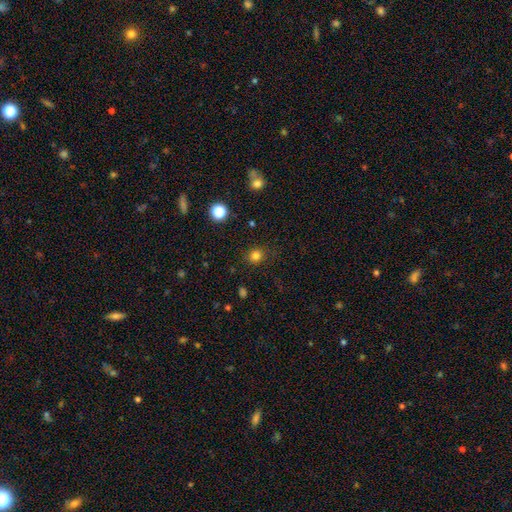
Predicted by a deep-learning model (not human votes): This appears to be a smooth galaxy with no disk features (80%) that is round (82%). Merging: none (86%).